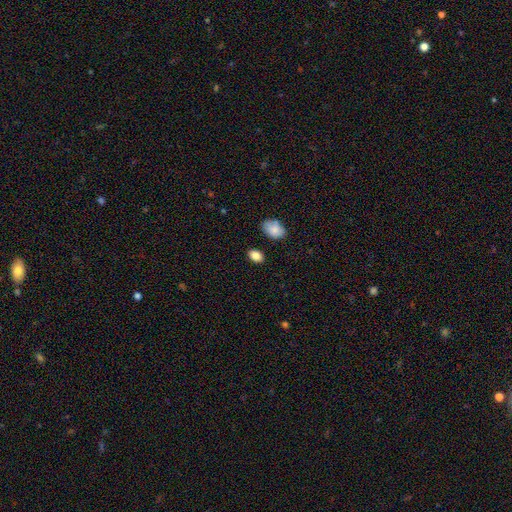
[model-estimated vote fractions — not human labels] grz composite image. It shows a smooth galaxy with no disk features (86%) that is in between round and cigar-shaped (81%). Merging: none (84%).